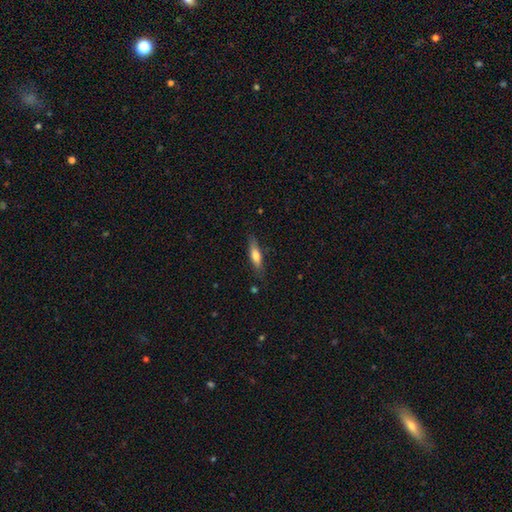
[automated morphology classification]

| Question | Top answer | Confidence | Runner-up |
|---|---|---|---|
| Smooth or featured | smooth | 64% | featured or disk (30%) |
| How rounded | cigar-shaped | 69% | in between (29%) |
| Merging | none | 80% | minor disturbance (15%) |